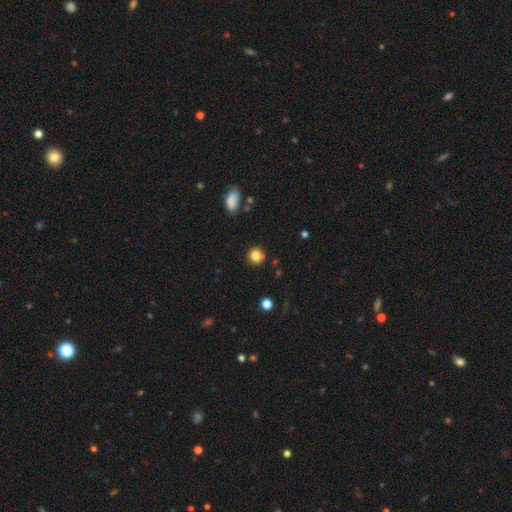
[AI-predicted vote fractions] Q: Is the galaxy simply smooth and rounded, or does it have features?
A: smooth — 81%.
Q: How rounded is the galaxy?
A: round — 86%.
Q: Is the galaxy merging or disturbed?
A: none — 77%.